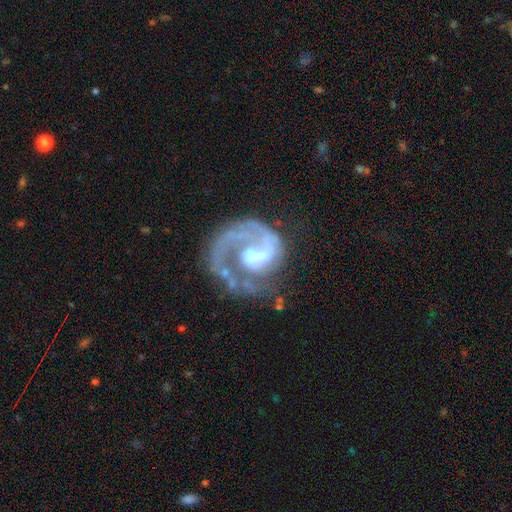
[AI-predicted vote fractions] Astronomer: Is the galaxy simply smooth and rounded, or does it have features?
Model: featured or disk — 87%.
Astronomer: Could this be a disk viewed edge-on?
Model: no — 98%.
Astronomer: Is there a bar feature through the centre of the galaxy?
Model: weak — 44% (runner-up: no, 43%).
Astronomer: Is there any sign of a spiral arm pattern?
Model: yes — 94%.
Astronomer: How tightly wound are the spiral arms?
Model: medium — 42% (runner-up: tight, 36%).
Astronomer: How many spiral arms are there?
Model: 1 — 75%.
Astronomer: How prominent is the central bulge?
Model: moderate — 46% (runner-up: small, 25%).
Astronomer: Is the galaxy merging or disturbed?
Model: none — 48% (runner-up: major disturbance, 29%).